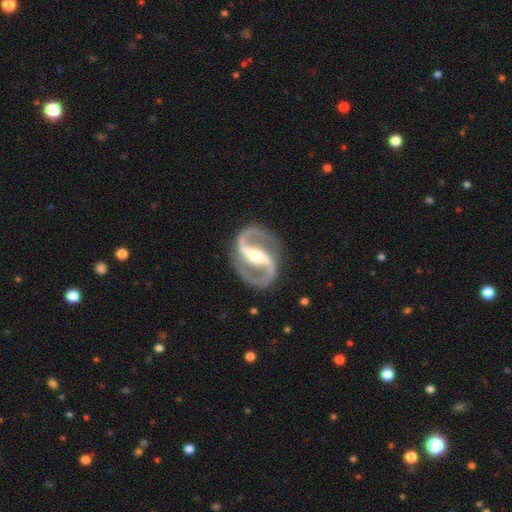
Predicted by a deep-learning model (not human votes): A featured or disk galaxy (93%) with a strong bar (60%), 2 (95%) medium (62%) spiral arms (98%) and a moderate central bulge (63%). Merging: none (87%).